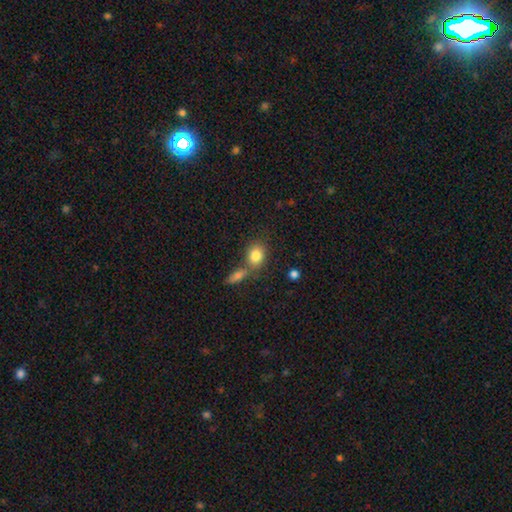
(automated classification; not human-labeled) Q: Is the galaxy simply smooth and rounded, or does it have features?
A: smooth — 82%.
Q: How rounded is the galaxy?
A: in between — 50%.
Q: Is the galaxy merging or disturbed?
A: none — 55%.